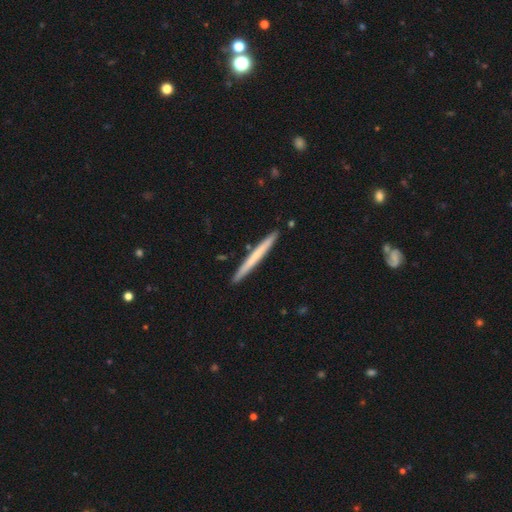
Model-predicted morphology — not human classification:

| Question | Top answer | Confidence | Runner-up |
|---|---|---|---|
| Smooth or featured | smooth | 53% | featured or disk (41%) |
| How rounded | cigar-shaped | 97% | in between (2%) |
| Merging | none | 91% | minor disturbance (6%) |